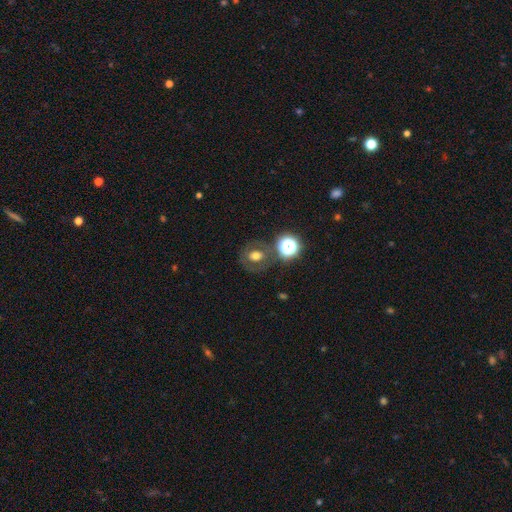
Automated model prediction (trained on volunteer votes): This is possibly a smooth galaxy (54%). How rounded: likely round (71%). Merging: likely none (73%).